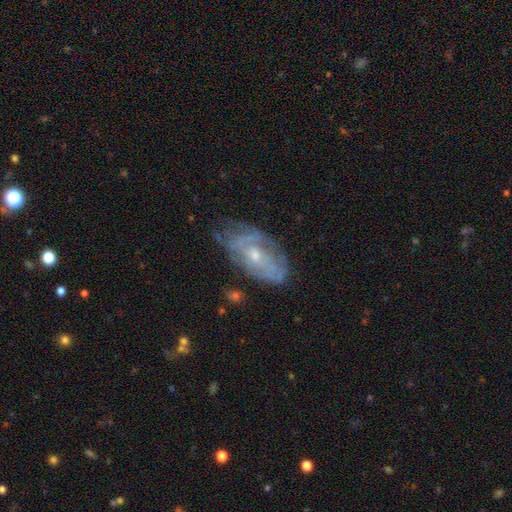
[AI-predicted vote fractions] Smooth or featured? featured or disk (69%)
Edge-on disk? no (91%)
Bar? no (74%)
Spiral arms? yes (64%)
Bulge size? small (55%)
Merging? none (59%)